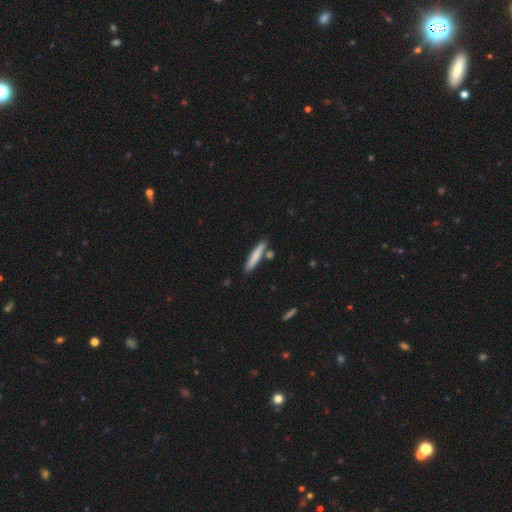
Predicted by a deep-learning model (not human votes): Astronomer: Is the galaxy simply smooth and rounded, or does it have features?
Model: smooth — 76%.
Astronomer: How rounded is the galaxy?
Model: cigar-shaped — 91%.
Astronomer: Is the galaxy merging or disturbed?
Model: none — 80%.